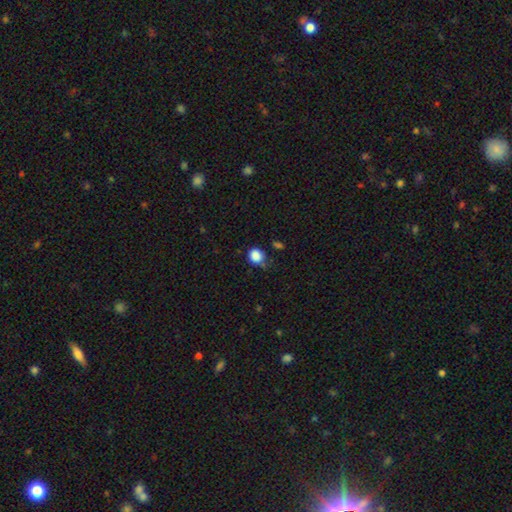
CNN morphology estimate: A smooth galaxy with no disk features (86%) that is round (78%). Merging: none (63%).